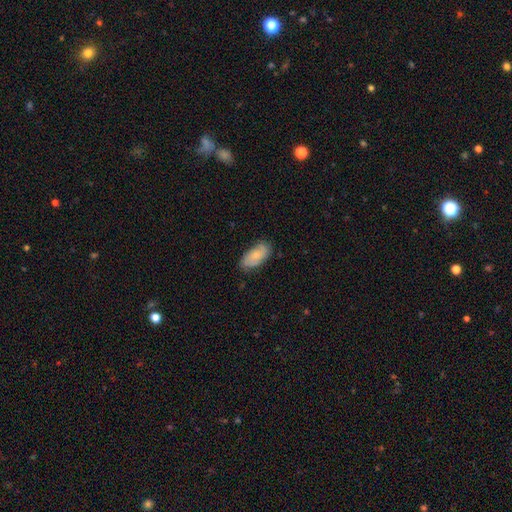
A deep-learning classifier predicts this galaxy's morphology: Smooth or featured? Predicted: smooth (p=0.61). How rounded? Predicted: in between (p=0.91). Merging? Predicted: none (p=0.75).